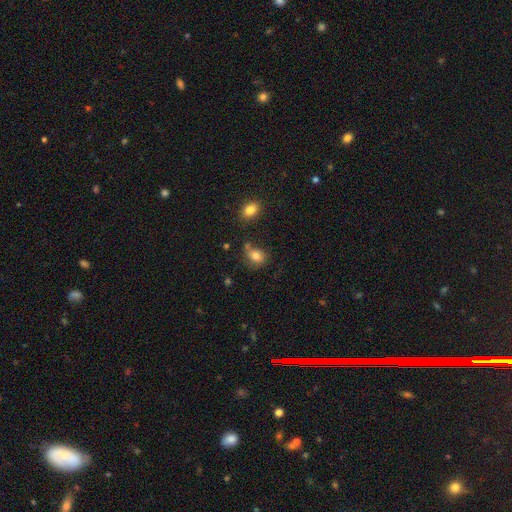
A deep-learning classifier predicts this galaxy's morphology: A smooth galaxy with no disk features (79%) that is round (51%).

Vote fractions:
- Smooth or featured? smooth: 79% / star or artifact: 11% / featured or disk: 10%
- How rounded? round: 51% / in between: 48% / cigar-shaped: 1%
- Merging? none: 62% / minor disturbance: 20% / merger: 11% / major disturbance: 7%